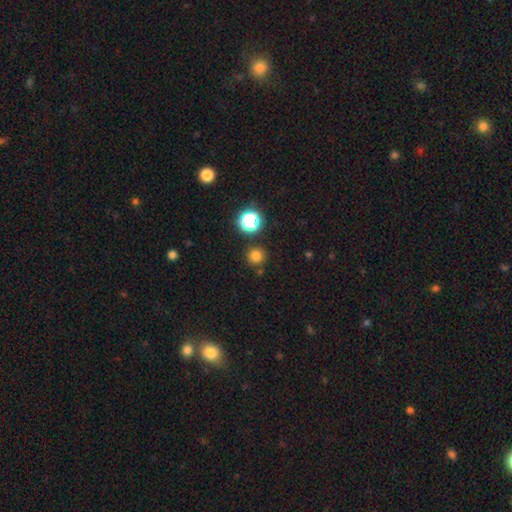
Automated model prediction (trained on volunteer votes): The model was most divided on "smooth or featured": smooth: 77%, star or artifact: 18%, featured or disk: 5%. More confident: how rounded — round (95%); merging — none (86%).